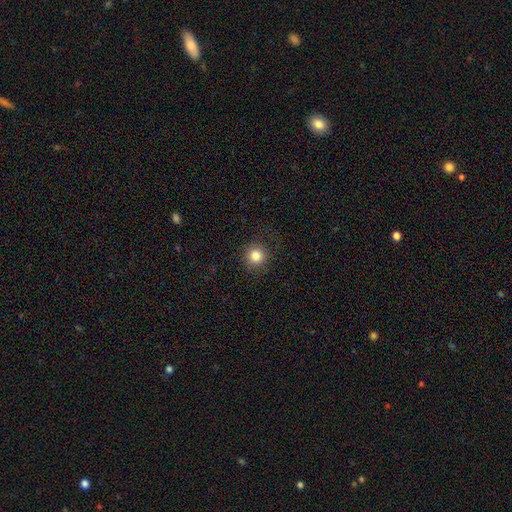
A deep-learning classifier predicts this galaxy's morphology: smooth_or_featured: smooth (p=0.83) [alt: star or artifact p=0.11]
how_rounded: round (p=0.93) [alt: in between p=0.06]
merging: none (p=0.87) [alt: minor disturbance p=0.08]